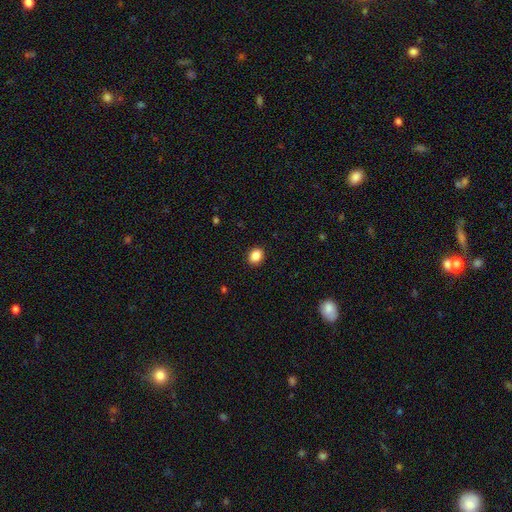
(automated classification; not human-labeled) A smooth galaxy with no disk features (87%) that is round (54%).

Vote fractions:
- Smooth or featured? smooth: 87% / star or artifact: 9% / featured or disk: 4%
- How rounded? round: 54% / in between: 45% / cigar-shaped: 1%
- Merging? none: 90% / minor disturbance: 7% / major disturbance: 2% / merger: 1%